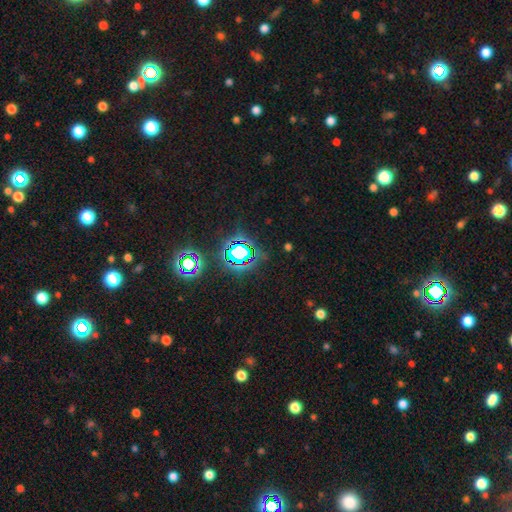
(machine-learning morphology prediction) Q: Smooth or featured?
A: star or artifact (81%); runner-up: smooth (12%)